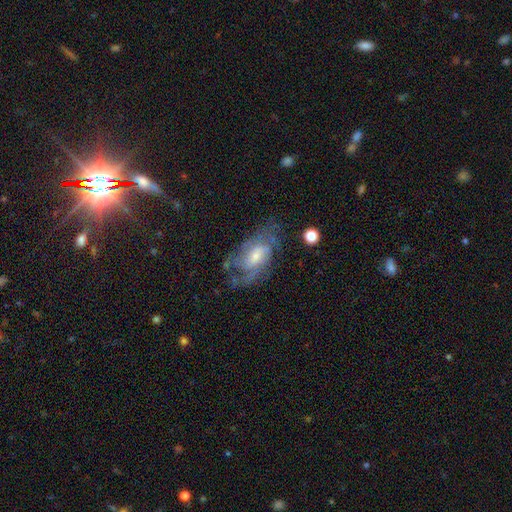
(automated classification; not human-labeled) Smooth or featured? featured or disk (79%)
Edge-on disk? no (94%)
Bar? no (49%)
Spiral arms? yes (91%)
Spiral winding? medium (44%)
Spiral arm count? can't tell (35%)
Bulge size? small (48%)
Merging? none (64%)